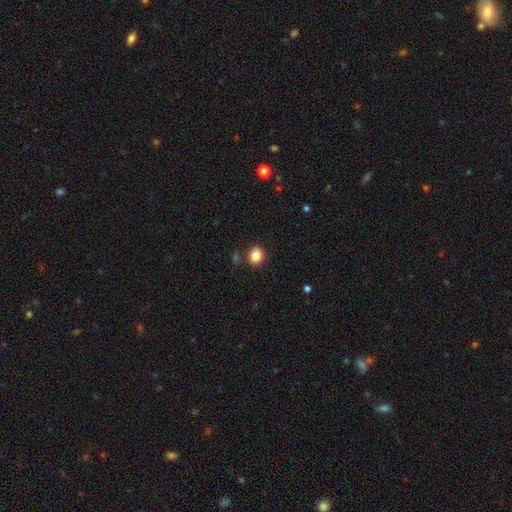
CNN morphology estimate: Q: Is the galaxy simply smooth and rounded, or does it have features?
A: smooth — 85%.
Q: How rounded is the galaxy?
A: round — 74%.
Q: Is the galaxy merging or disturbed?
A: none — 83%.